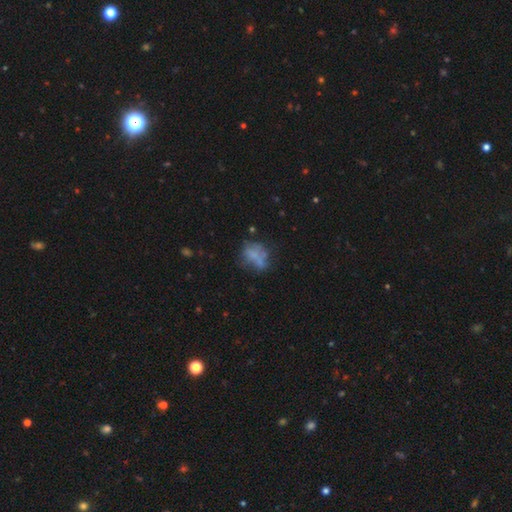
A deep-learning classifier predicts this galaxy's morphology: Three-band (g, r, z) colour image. It shows a smooth galaxy with no disk features (48%). Merging: none (43%).